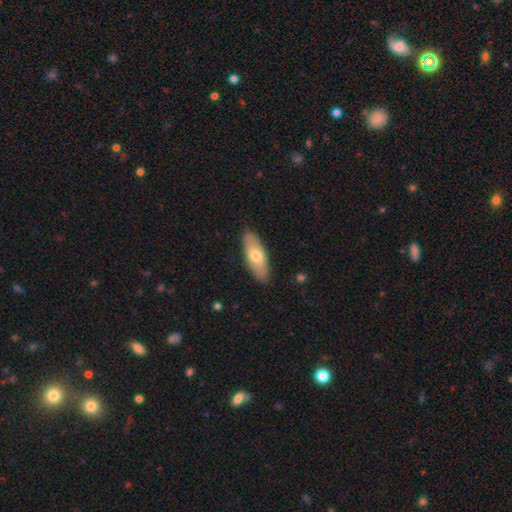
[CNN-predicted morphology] A smooth galaxy with no disk features (64%) that is in between round and cigar-shaped (69%). Merging: none (88%).